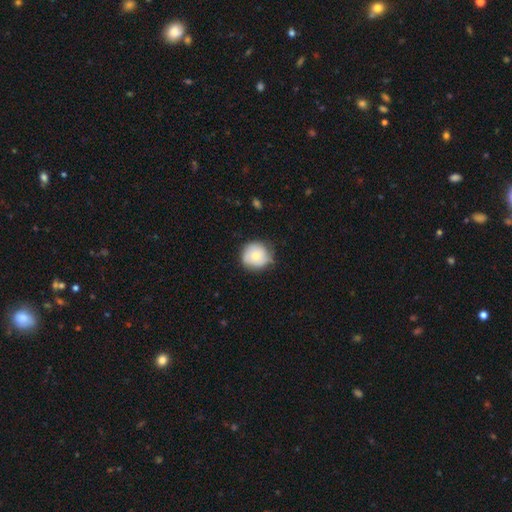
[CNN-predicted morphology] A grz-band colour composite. It shows a smooth galaxy with no disk features (68%) that is round (91%). Merging: none (68%).